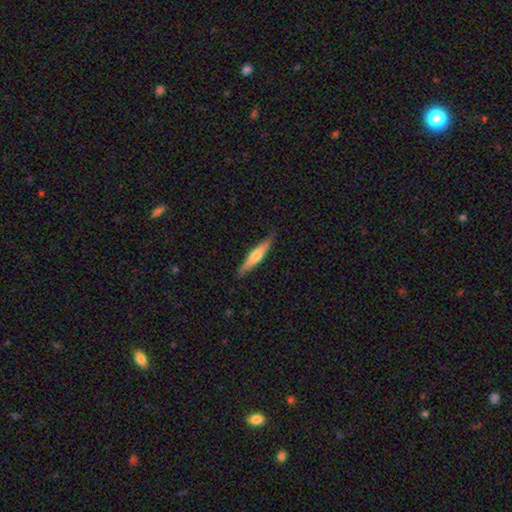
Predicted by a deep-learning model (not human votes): A smooth galaxy with no disk features (50%) that is cigar-shaped (90%).

Vote fractions:
- Smooth or featured? smooth: 50% / featured or disk: 44% / star or artifact: 5%
- How rounded? cigar-shaped: 90% / in between: 9% / round: 1%
- Merging? none: 87% / minor disturbance: 10% / major disturbance: 2% / merger: 1%